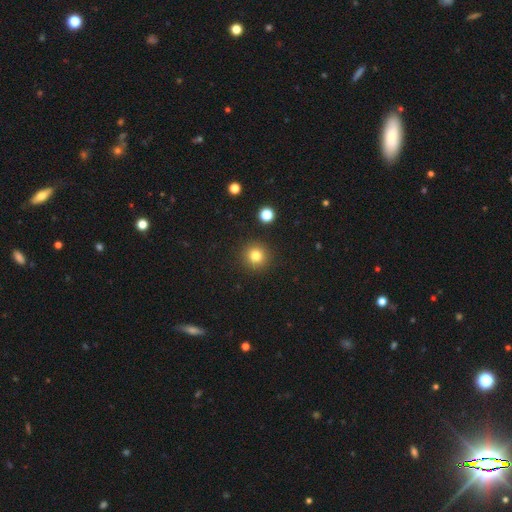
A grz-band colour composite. It shows a smooth galaxy with no disk features (87%) that is round (97%). Merging: none (91%).